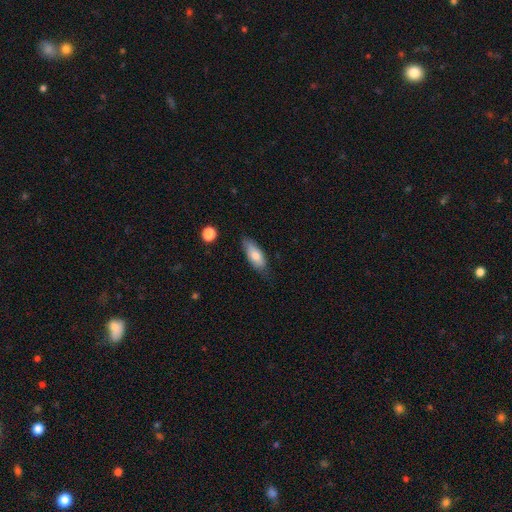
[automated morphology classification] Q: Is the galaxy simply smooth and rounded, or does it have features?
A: smooth — 74%.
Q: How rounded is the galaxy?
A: in between — 77%.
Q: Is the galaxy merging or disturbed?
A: none — 73%.